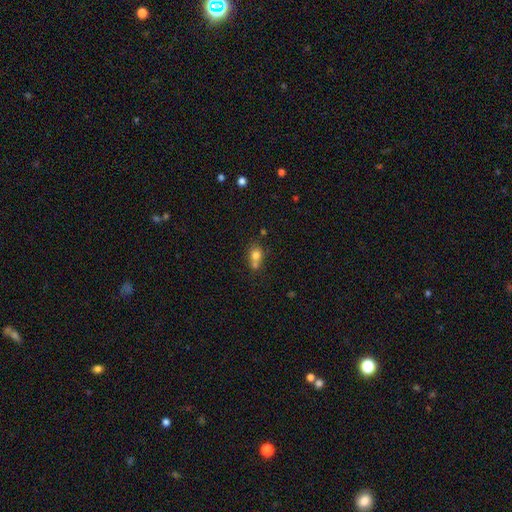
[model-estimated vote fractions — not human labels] This is likely a smooth galaxy (75%). How rounded: possibly round (59%). Merging: possibly merger (47%).